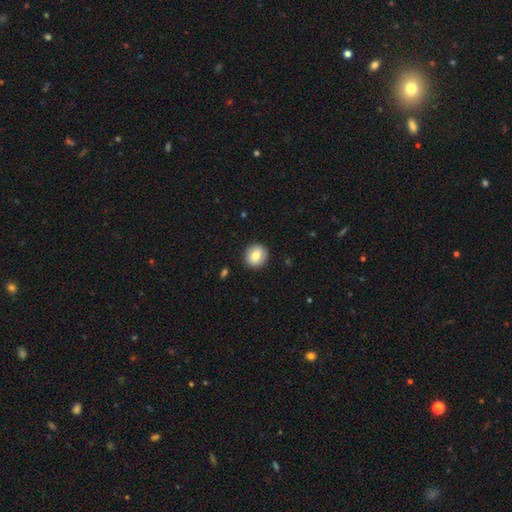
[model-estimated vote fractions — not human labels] Smooth or featured? smooth (81%)
How rounded? round (89%)
Merging? none (91%)